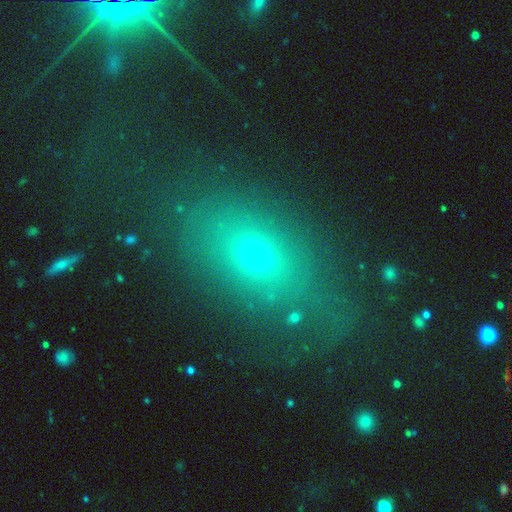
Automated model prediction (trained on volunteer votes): Morphology: type=smooth (57%); roundness=in between (66%); merging=none (68%).